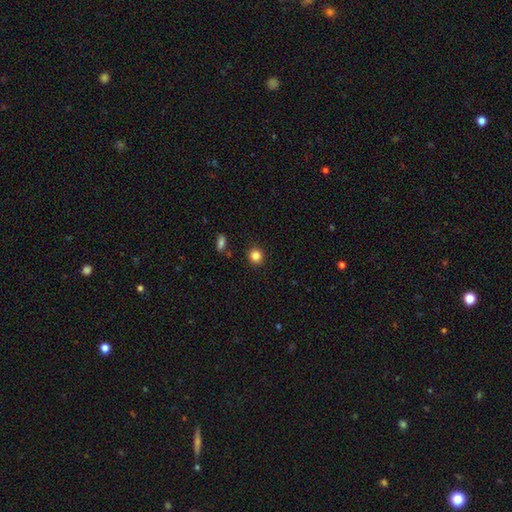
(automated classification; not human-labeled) A smooth galaxy with no disk features (84%) that is round (88%).

Vote fractions:
- Smooth or featured? smooth: 84% / star or artifact: 11% / featured or disk: 4%
- How rounded? round: 88% / in between: 11% / cigar-shaped: 1%
- Merging? none: 90% / minor disturbance: 6% / major disturbance: 2% / merger: 2%